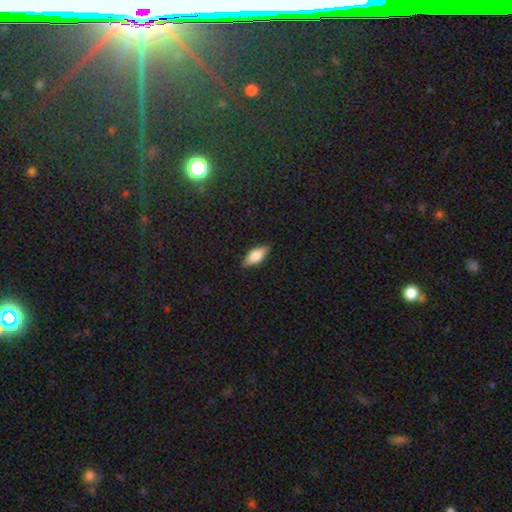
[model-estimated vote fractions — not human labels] Morphology: type=smooth (68%); roundness=in between (79%); merging=none (87%).